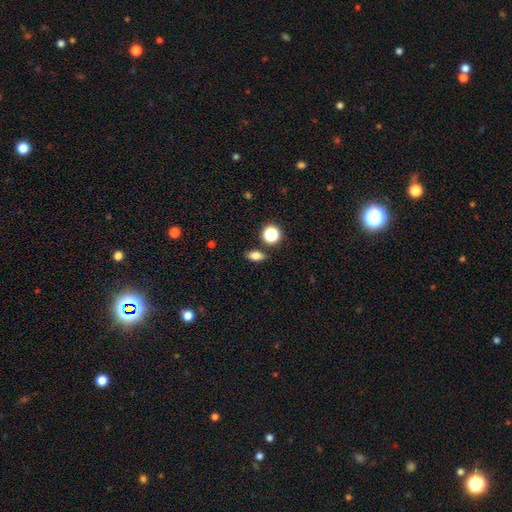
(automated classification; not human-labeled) smooth_or_featured: smooth (p=0.79) [alt: star or artifact p=0.13]
how_rounded: in between (p=0.75) [alt: round p=0.17]
merging: none (p=0.84) [alt: minor disturbance p=0.09]